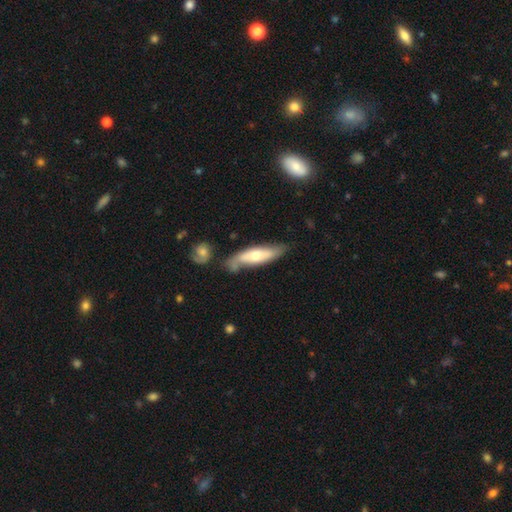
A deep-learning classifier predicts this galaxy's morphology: smooth-or-featured: smooth: 52% | featured or disk: 43% | star or artifact: 5%
  how-rounded: cigar-shaped: 55% | in between: 43% | round: 2%
  merging: none: 57% | minor disturbance: 24% | merger: 12% | major disturbance: 7%